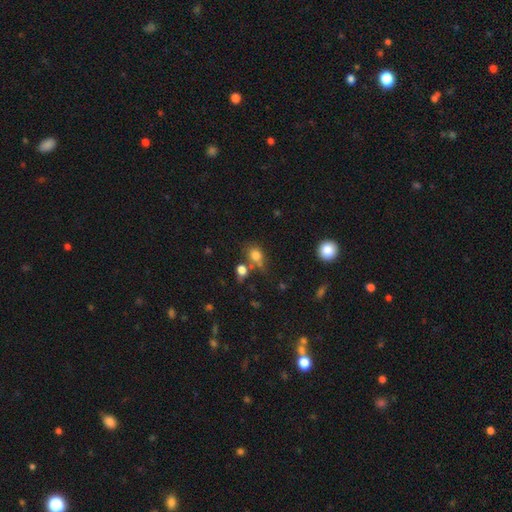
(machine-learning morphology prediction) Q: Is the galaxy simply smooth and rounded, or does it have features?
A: smooth — 77%.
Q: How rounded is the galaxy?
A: in between — 54%.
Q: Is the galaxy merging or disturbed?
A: none — 49%.